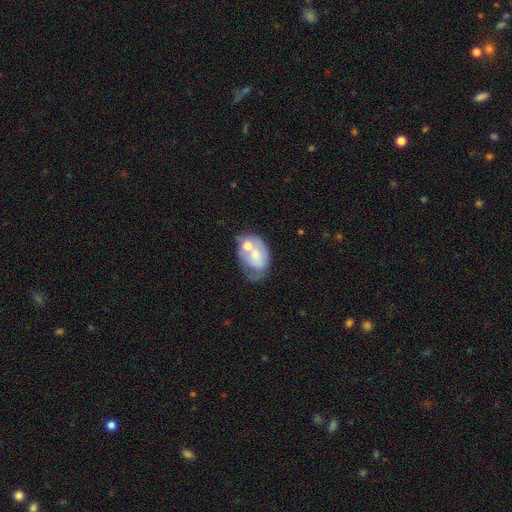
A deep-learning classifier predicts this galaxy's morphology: smooth-or-featured: smooth: 53% | featured or disk: 39% | star or artifact: 8%
  how-rounded: in between: 78% | round: 21% | cigar-shaped: 1%
  merging: merger: 34% | none: 23% | minor disturbance: 23% | major disturbance: 20%